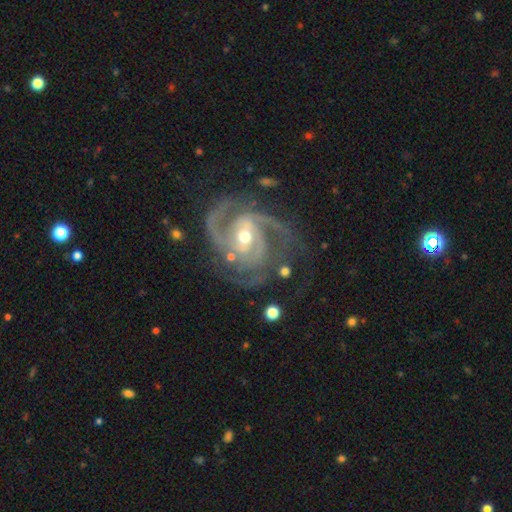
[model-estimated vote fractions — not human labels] A featured or disk galaxy (93%) with a weak bar (40%), 3 (40%) tight (47%) spiral arms (98%) and a moderate central bulge (59%). Merging: none (66%).